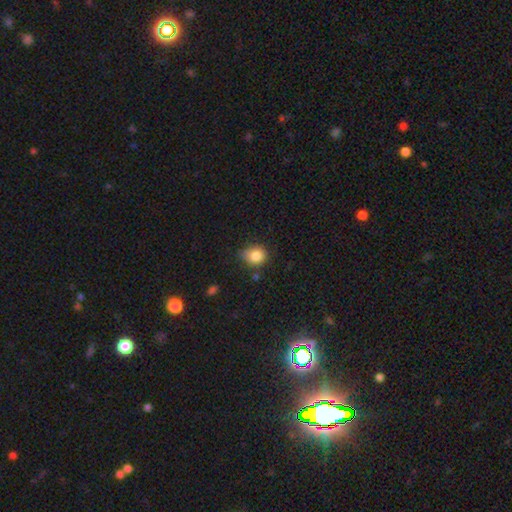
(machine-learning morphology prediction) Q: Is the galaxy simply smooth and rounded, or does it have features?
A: smooth — 84%.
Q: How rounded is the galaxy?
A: round — 70%.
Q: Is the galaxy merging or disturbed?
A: none — 62%.